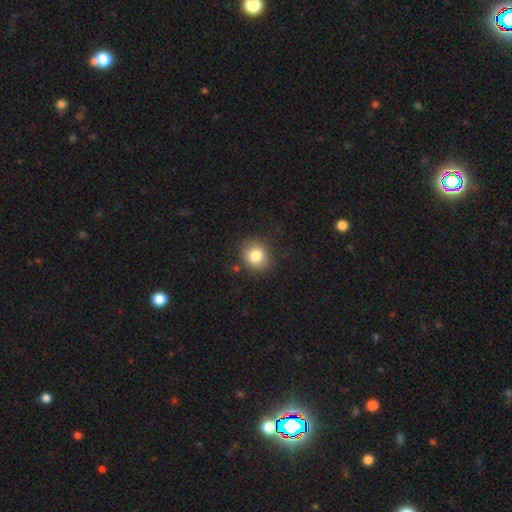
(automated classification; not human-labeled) Smooth or featured?
  - smooth: 82% *
  - star or artifact: 10%
  - featured or disk: 8%
How rounded?
  - round: 75% *
  - in between: 24%
  - cigar-shaped: 1%
Merging?
  - none: 81% *
  - minor disturbance: 13%
  - major disturbance: 4%
  - merger: 2%